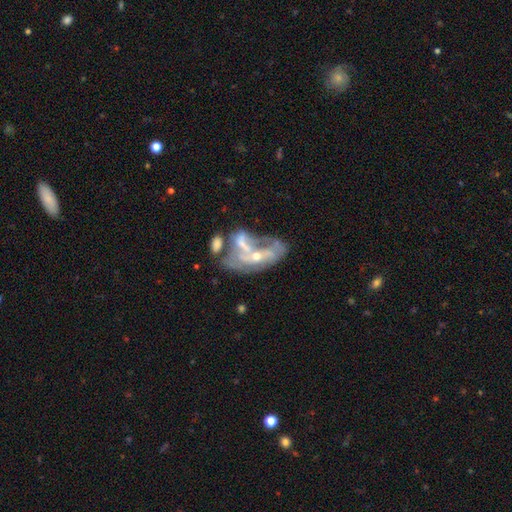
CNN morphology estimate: This appears to be a featured or disk galaxy (73%) with no bar (62%), spiral arms (50%, tied with no) and a small central bulge (50%). Merging: merger (47%).